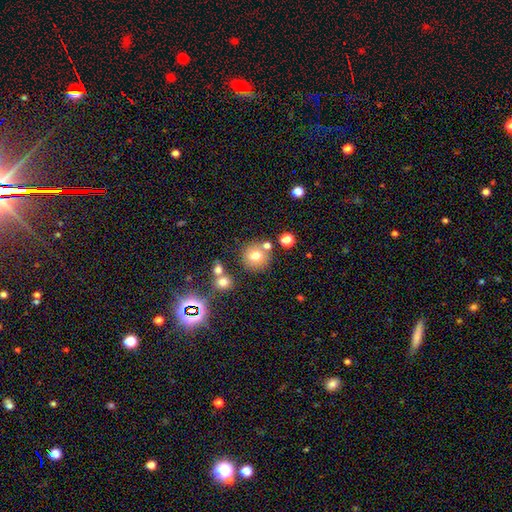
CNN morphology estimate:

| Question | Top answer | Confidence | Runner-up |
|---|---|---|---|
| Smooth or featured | smooth | 73% | star or artifact (15%) |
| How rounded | round | 92% | in between (7%) |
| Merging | none | 73% | merger (14%) |